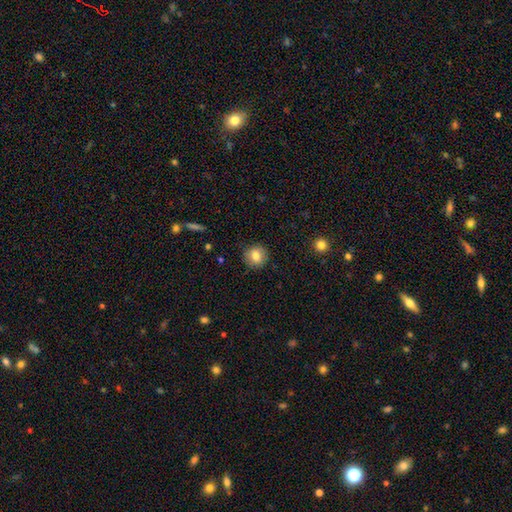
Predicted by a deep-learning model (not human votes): Smooth or featured: smooth — 81% (featured or disk — 10%)
How rounded: round — 90% (in between — 10%)
Merging: none — 88% (minor disturbance — 9%)